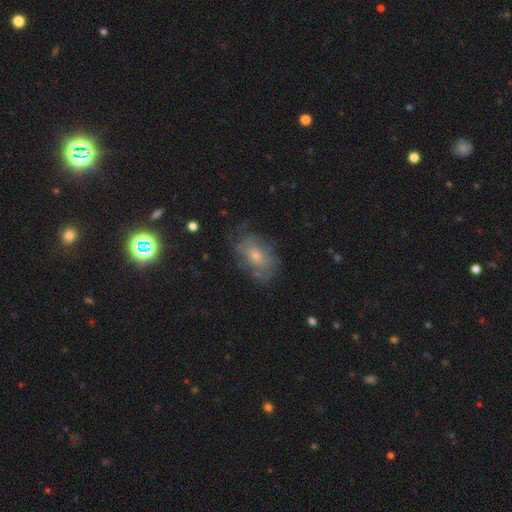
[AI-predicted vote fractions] Smooth or featured?
  - smooth: 43% *
  - featured or disk: 40%
  - star or artifact: 17%
Merging?
  - none: 66% *
  - minor disturbance: 22%
  - major disturbance: 10%
  - merger: 2%